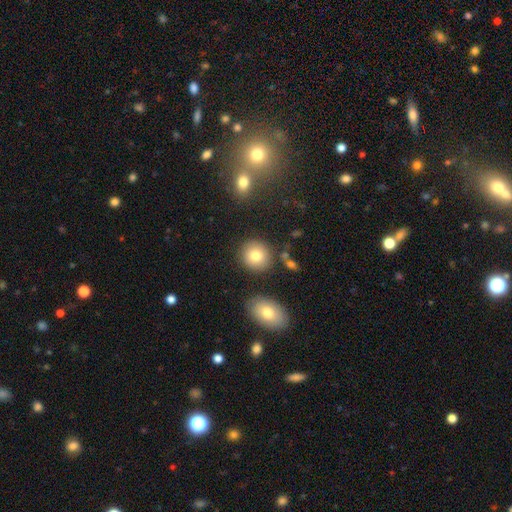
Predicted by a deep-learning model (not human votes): Smooth or featured?
  - smooth: 79% *
  - featured or disk: 11%
  - star or artifact: 10%
How rounded?
  - round: 86% *
  - in between: 13%
  - cigar-shaped: 1%
Merging?
  - none: 84% *
  - minor disturbance: 8%
  - merger: 5%
  - major disturbance: 3%